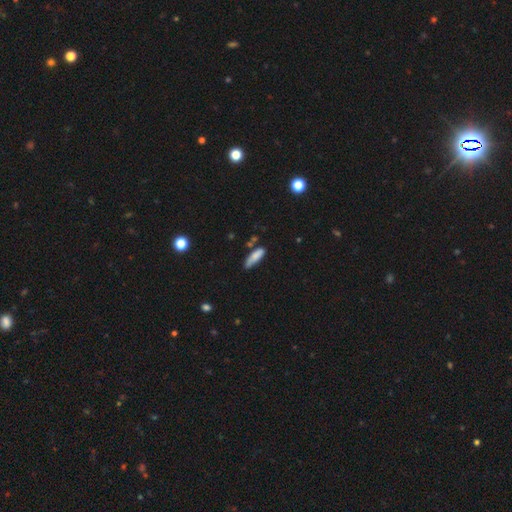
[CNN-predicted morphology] type=smooth (80%); roundness=cigar-shaped (52%); merging=none (51%).